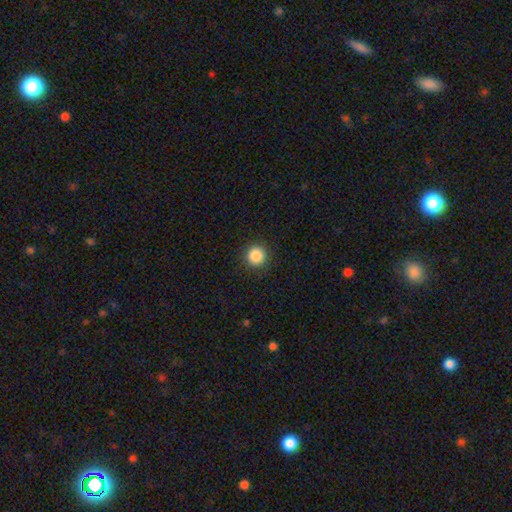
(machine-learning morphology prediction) smooth_or_featured: smooth (p=0.87) [alt: star or artifact p=0.10]
how_rounded: round (p=0.95) [alt: in between p=0.04]
merging: none (p=0.92) [alt: minor disturbance p=0.05]